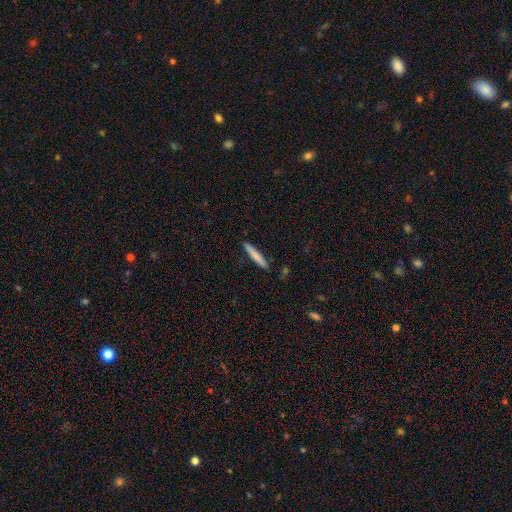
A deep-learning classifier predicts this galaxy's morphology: Q: Smooth or featured?
A: smooth (76%); runner-up: featured or disk (18%)
Q: How rounded?
A: cigar-shaped (94%); runner-up: in between (5%)
Q: Merging?
A: none (89%); runner-up: minor disturbance (8%)